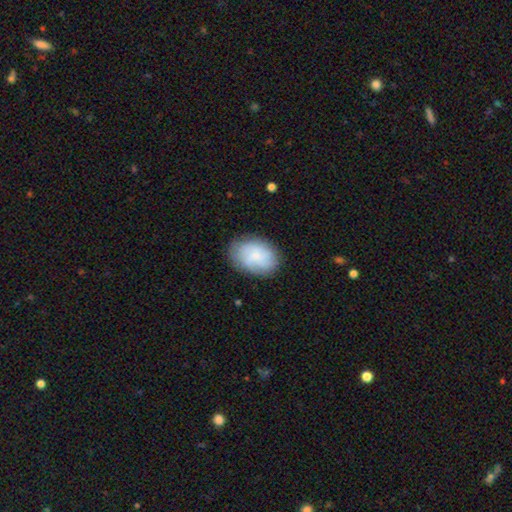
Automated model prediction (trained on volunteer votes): Overall: smooth (56%; featured or disk 36%). How rounded: in between (75%). Merging: none (77%).